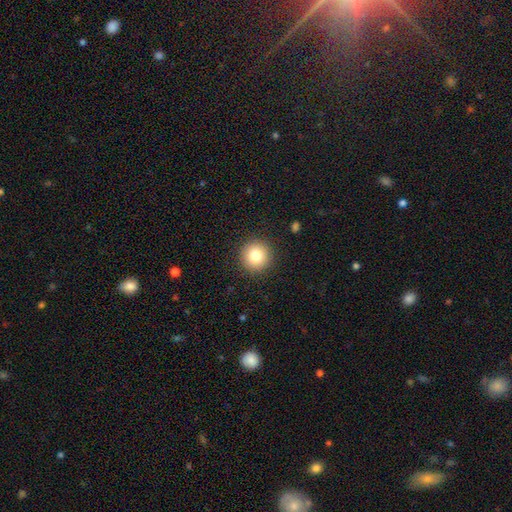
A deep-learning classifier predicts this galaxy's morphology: Smooth or featured: smooth — 81% (star or artifact — 10%)
How rounded: round — 95% (in between — 4%)
Merging: none — 91% (minor disturbance — 6%)